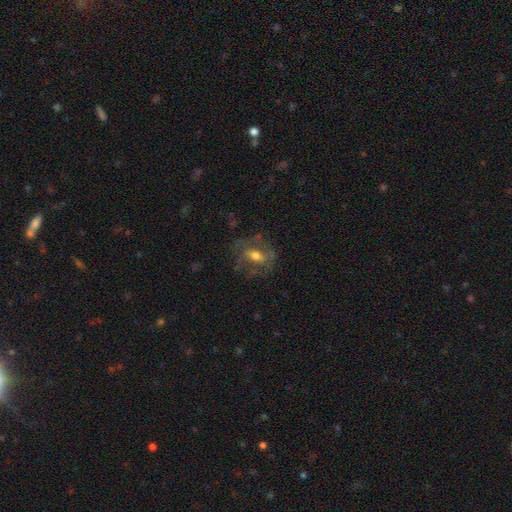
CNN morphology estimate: featured or disk 58%, smooth 32%, star or artifact 9%. Down the decision tree: edge-on disk — no (92%); bar — no (44%); spiral arms — yes (54%); bulge size — moderate (66%); merging — none (57%).